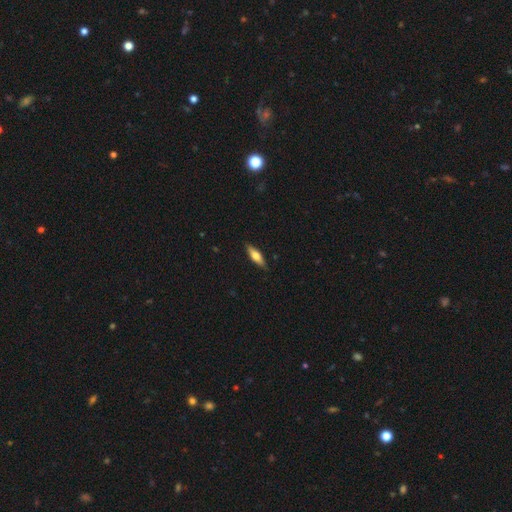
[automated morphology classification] Overall: smooth (58%; featured or disk 36%). How rounded: cigar-shaped (55%; in between 43%). Merging: none (88%).